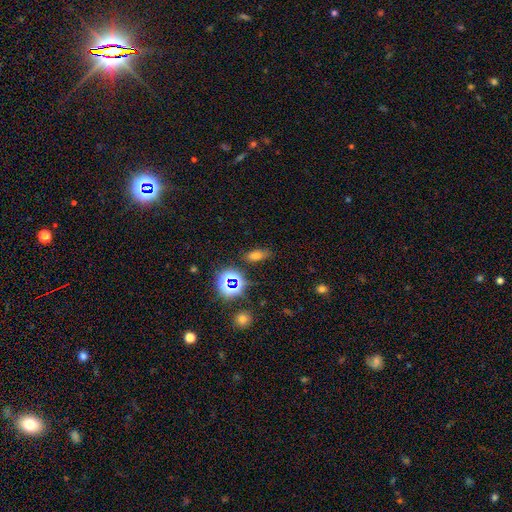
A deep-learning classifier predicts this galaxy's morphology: Smooth or featured? smooth (63%)
How rounded? in between (74%)
Merging? none (80%)